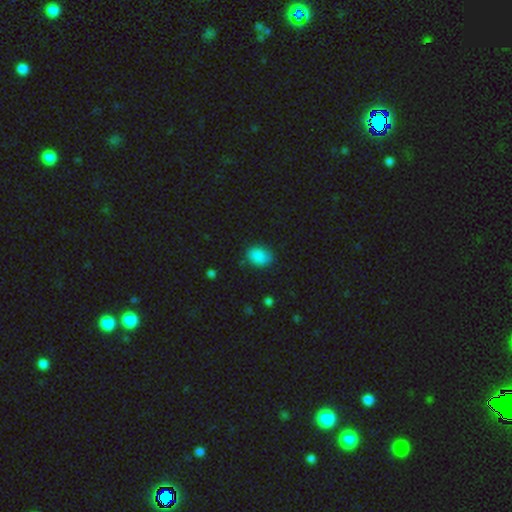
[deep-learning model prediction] smooth_or_featured: smooth (p=0.87) [alt: star or artifact p=0.09]
how_rounded: in between (p=0.51) [alt: round p=0.48]
merging: none (p=0.77) [alt: minor disturbance p=0.18]